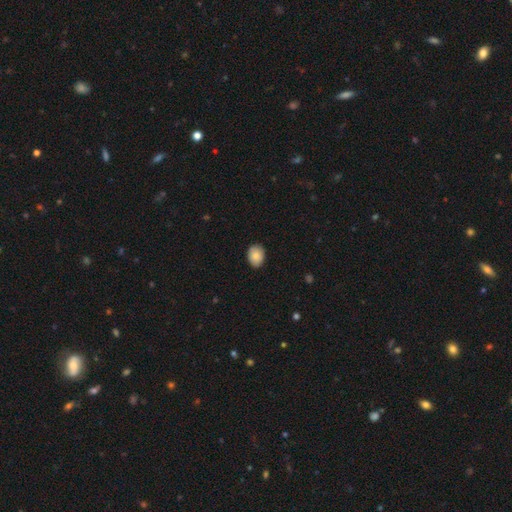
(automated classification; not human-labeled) Smooth or featured: smooth — 87% (star or artifact — 7%)
How rounded: in between — 64% (round — 35%)
Merging: none — 87% (minor disturbance — 10%)